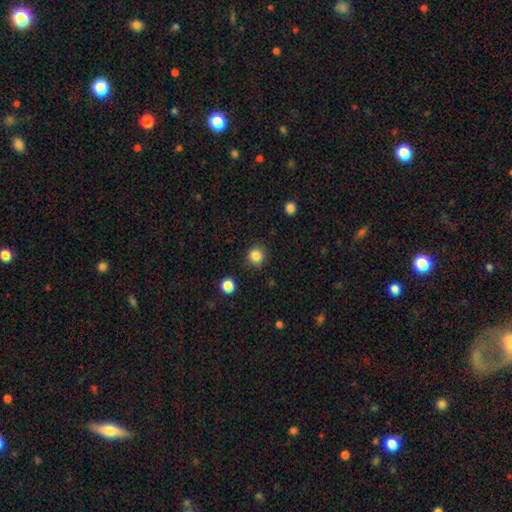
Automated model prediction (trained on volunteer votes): This is clearly a smooth galaxy (85%). How rounded: clearly round (91%). Merging: clearly none (87%).